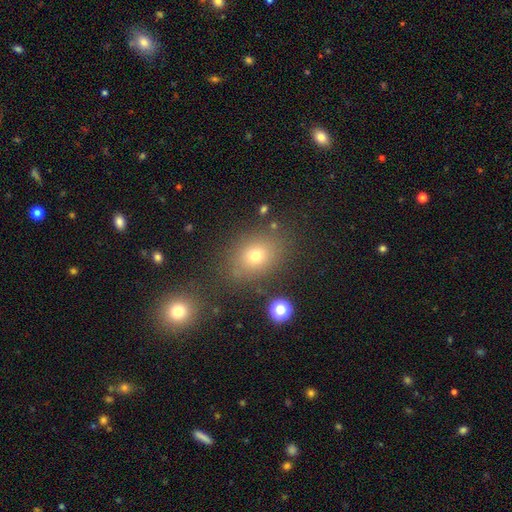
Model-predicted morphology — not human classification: Smooth or featured?
  - smooth: 70% *
  - star or artifact: 18%
  - featured or disk: 12%
How rounded?
  - in between: 55% *
  - round: 44%
  - cigar-shaped: 1%
Merging?
  - none: 77% *
  - minor disturbance: 11%
  - merger: 7%
  - major disturbance: 5%